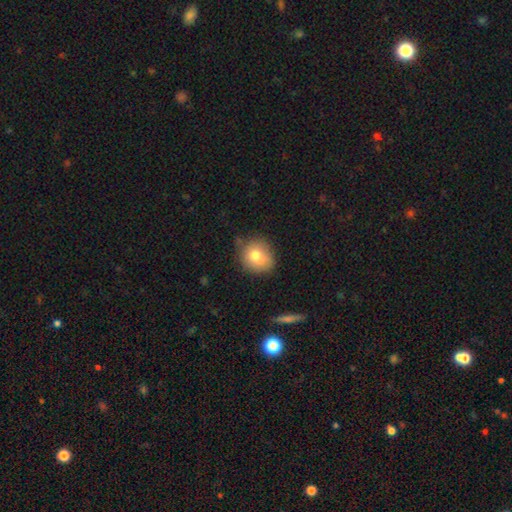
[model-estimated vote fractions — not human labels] Smooth or featured?
  - smooth: 76% *
  - featured or disk: 14%
  - star or artifact: 10%
How rounded?
  - round: 77% *
  - in between: 22%
  - cigar-shaped: 1%
Merging?
  - none: 66% *
  - minor disturbance: 23%
  - major disturbance: 5%
  - merger: 5%